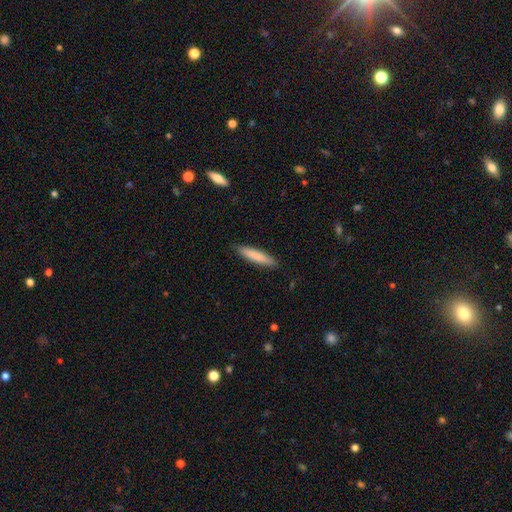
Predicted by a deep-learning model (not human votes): Overall: smooth (83%). How rounded: cigar-shaped (87%). Merging: none (89%).